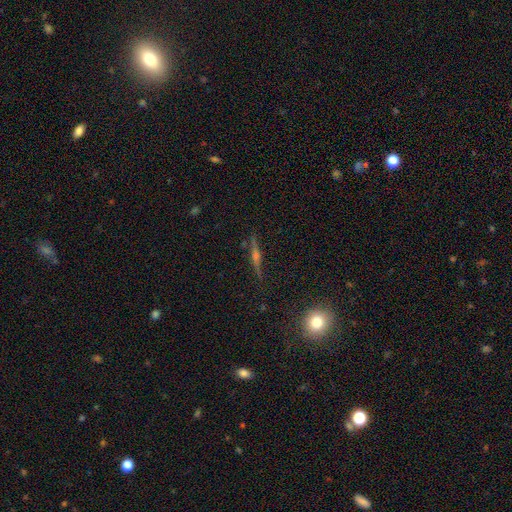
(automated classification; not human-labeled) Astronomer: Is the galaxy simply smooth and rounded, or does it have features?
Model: featured or disk — 74%.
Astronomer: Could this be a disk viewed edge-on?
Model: yes — 97%.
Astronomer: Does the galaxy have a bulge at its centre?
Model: rounded — 84%.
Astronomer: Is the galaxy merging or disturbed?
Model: none — 88%.